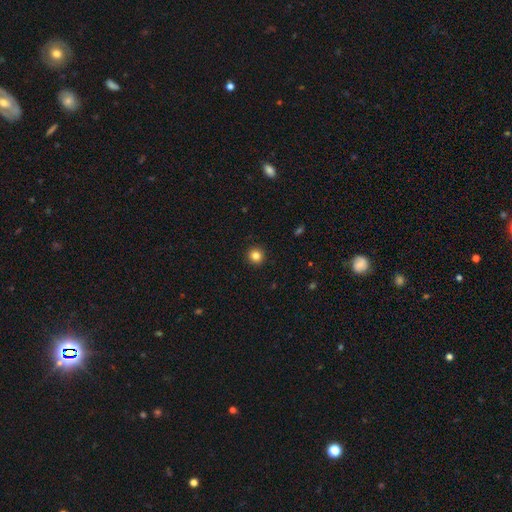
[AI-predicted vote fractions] This appears to be a smooth galaxy with no disk features (83%) that is round (95%). Merging: none (93%).